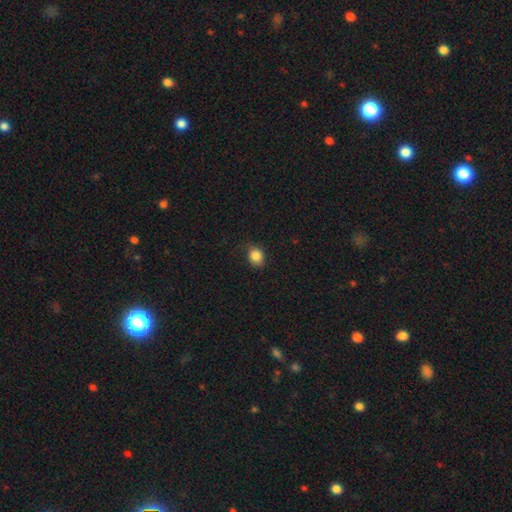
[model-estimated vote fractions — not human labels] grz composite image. It shows a smooth galaxy with no disk features (85%) that is round (51%). Merging: none (72%).